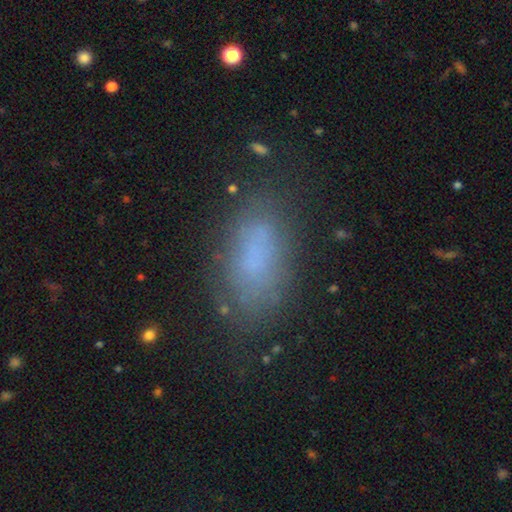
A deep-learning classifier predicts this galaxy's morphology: This appears to be a smooth galaxy with no disk features (72%) that is in between round and cigar-shaped (88%). Merging: none (72%).